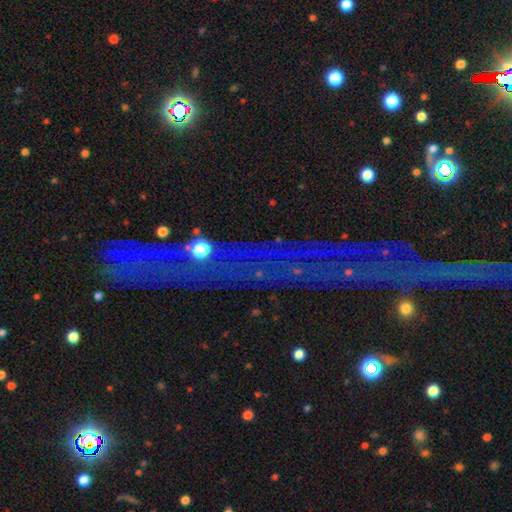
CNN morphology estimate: smooth-or-featured: star or artifact: 70% | featured or disk: 16% | smooth: 14%